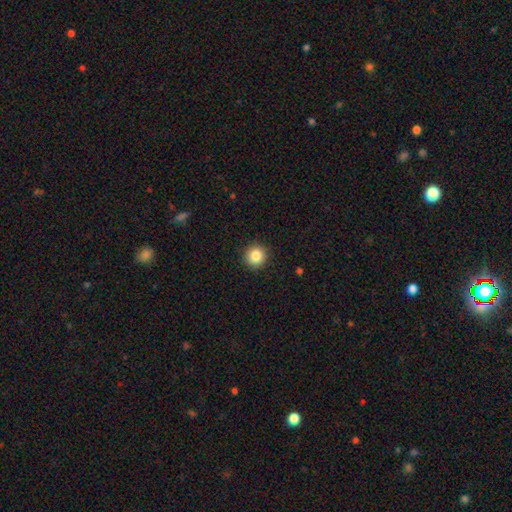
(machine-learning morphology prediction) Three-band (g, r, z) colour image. It shows a smooth galaxy with no disk features (85%) that is round (94%). Merging: none (92%).